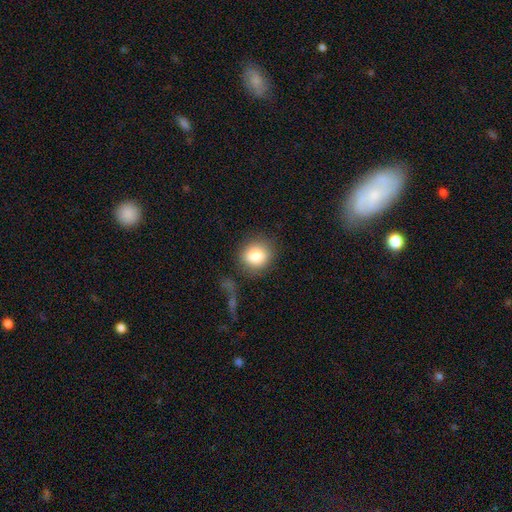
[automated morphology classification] Smooth or featured? Predicted: smooth (p=0.84). How rounded? Predicted: round (p=0.78). Merging? Predicted: none (p=0.78).